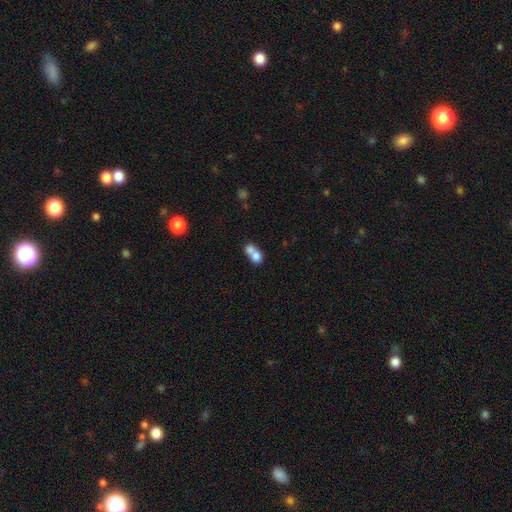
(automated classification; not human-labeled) smooth-or-featured: smooth: 73% | featured or disk: 18% | star or artifact: 9%
  how-rounded: in between: 51% | round: 47% | cigar-shaped: 2%
  merging: merger: 72% | none: 19% | minor disturbance: 6% | major disturbance: 3%